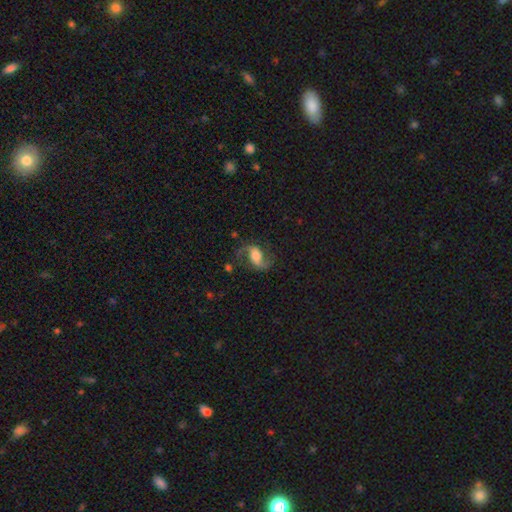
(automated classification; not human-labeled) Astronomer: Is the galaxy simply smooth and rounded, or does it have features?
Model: featured or disk — 75%.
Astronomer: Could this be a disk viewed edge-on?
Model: no — 96%.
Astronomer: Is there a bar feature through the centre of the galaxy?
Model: weak — 40% (runner-up: no, 37%).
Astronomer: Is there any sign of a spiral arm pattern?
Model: yes — 94%.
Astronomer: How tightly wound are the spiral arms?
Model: loose — 54% (runner-up: medium, 38%).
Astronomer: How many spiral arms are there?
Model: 2 — 91%.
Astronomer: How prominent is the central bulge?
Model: moderate — 39% (runner-up: large, 35%).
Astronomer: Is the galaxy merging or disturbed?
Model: none — 67%.